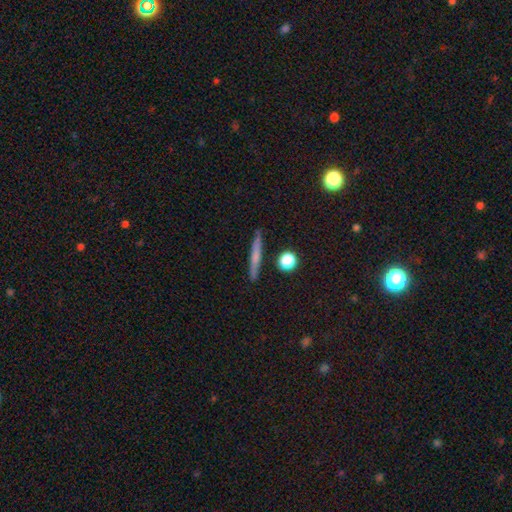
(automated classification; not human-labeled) smooth-or-featured: smooth: 54% | featured or disk: 38% | star or artifact: 9%
  how-rounded: cigar-shaped: 90% | round: 5% | in between: 5%
  merging: none: 88% | minor disturbance: 8% | merger: 3% | major disturbance: 2%